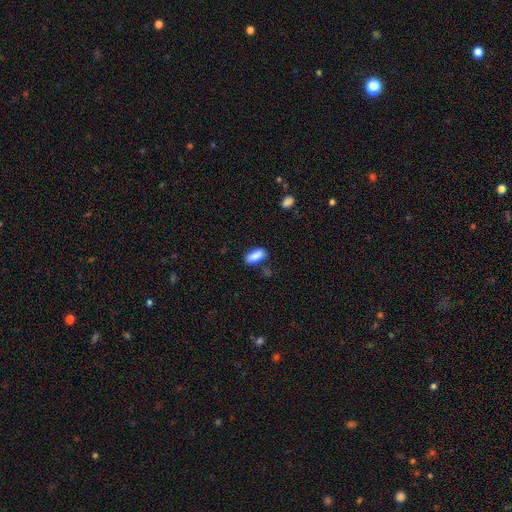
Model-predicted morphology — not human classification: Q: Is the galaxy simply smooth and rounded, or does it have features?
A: smooth — 88%.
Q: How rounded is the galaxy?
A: in between — 87%.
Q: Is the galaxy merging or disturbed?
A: none — 72%.